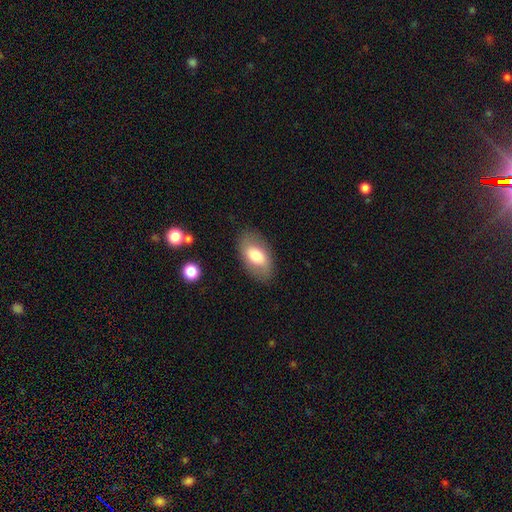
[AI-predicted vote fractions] This appears to be a smooth galaxy with no disk features (70%) that is in between round and cigar-shaped (93%). Merging: none (82%).